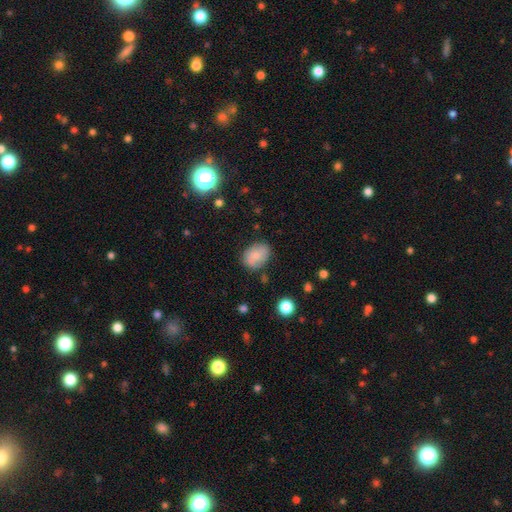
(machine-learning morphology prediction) The model was most divided on "how rounded": in between: 70%, round: 28%, cigar-shaped: 1%. More confident: smooth or featured — smooth (78%); merging — none (77%).